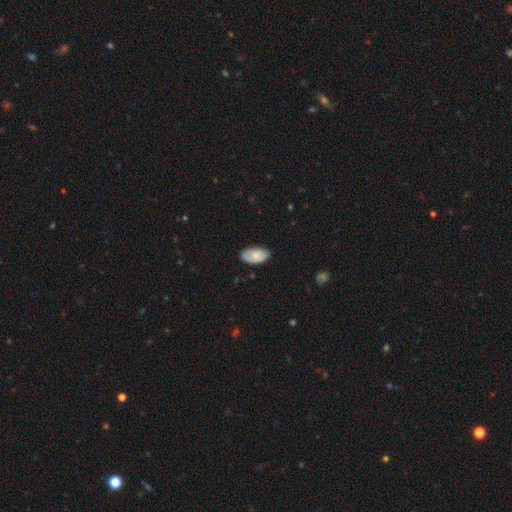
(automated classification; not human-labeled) The model was most divided on "merging": none: 75%, minor disturbance: 20%, major disturbance: 3%, merger: 1%. More confident: how rounded — in between (95%); smooth or featured — smooth (77%).